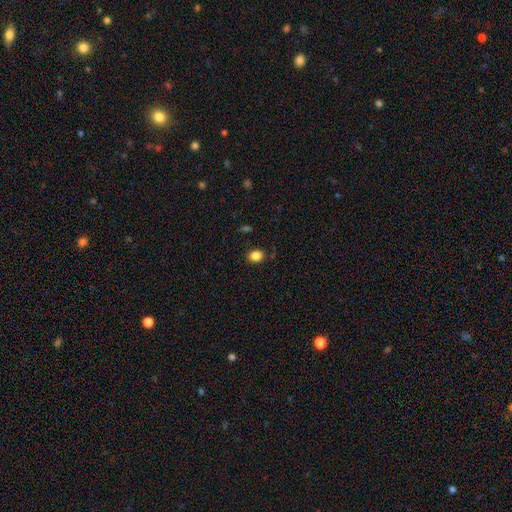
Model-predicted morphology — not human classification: Smooth or featured? Predicted: smooth (p=0.85). How rounded? Predicted: round (p=0.59). Merging? Predicted: none (p=0.86).